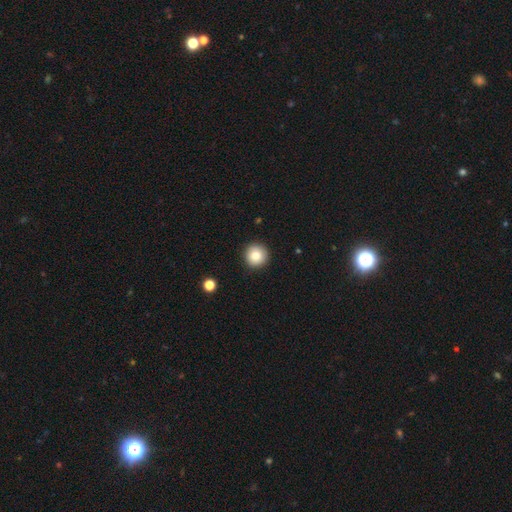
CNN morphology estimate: Q: Smooth or featured?
A: smooth (83%); runner-up: star or artifact (9%)
Q: How rounded?
A: round (96%); runner-up: in between (4%)
Q: Merging?
A: none (92%); runner-up: minor disturbance (5%)